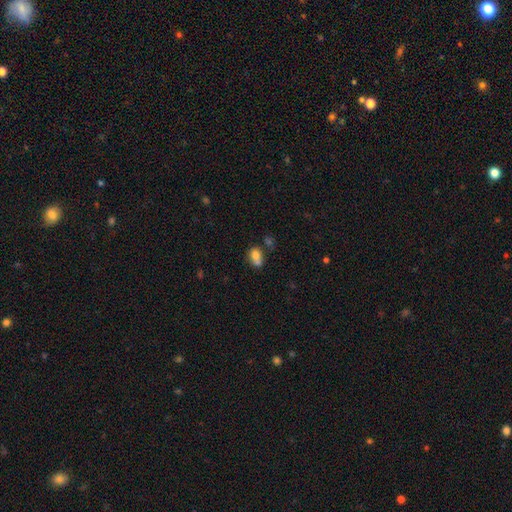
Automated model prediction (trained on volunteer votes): This is likely a smooth galaxy (74%). How rounded: likely in between (64%). Merging: possibly merger (46%).